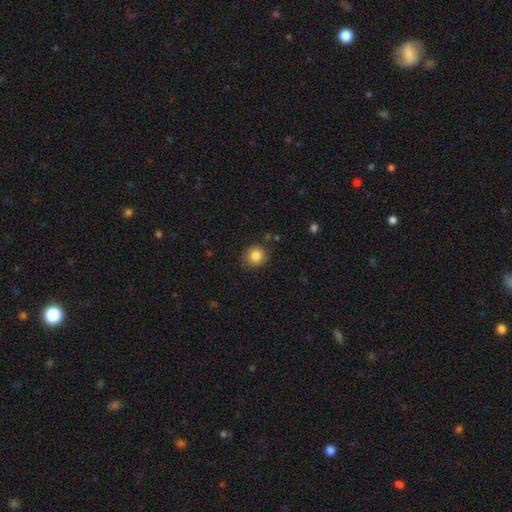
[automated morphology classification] Smooth or featured? smooth (85%)
How rounded? round (88%)
Merging? none (88%)